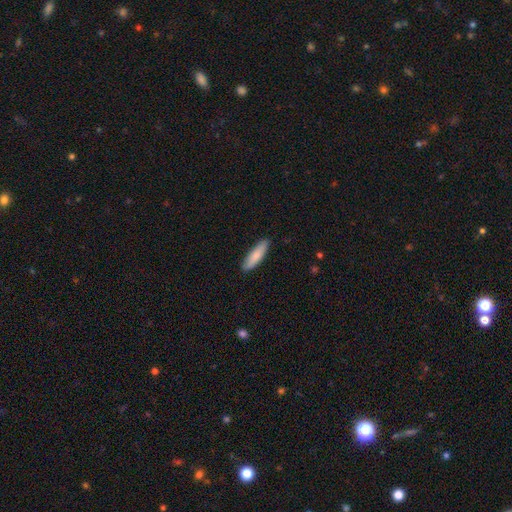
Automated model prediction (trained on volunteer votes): Q: Smooth or featured?
A: smooth (83%); runner-up: featured or disk (12%)
Q: How rounded?
A: cigar-shaped (69%); runner-up: in between (30%)
Q: Merging?
A: none (88%); runner-up: minor disturbance (9%)